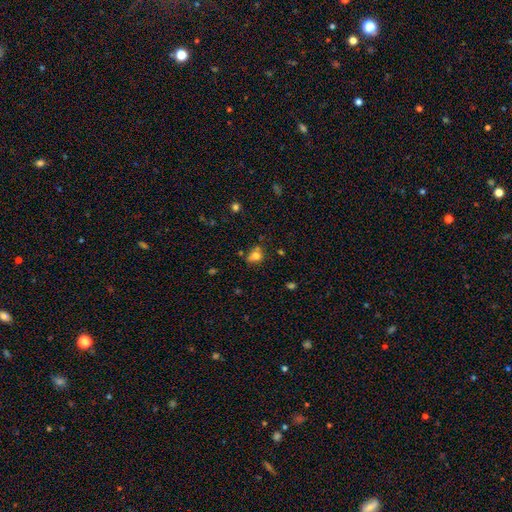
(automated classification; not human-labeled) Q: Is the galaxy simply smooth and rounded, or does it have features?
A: smooth — 74%.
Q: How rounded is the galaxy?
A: round — 52%.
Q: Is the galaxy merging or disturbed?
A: none — 49%.